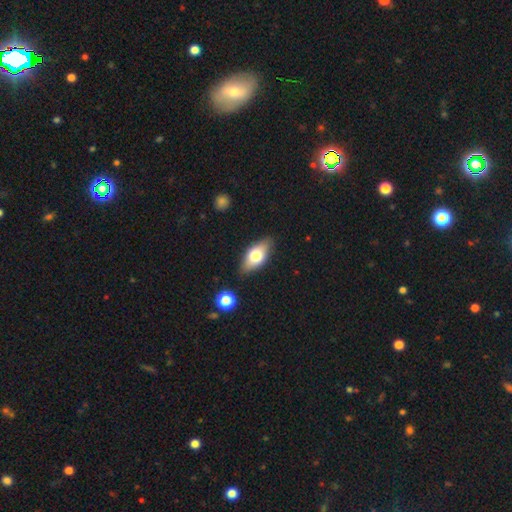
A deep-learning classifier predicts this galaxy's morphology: Overall: smooth (67%). How rounded: in between (86%). Merging: none (82%).